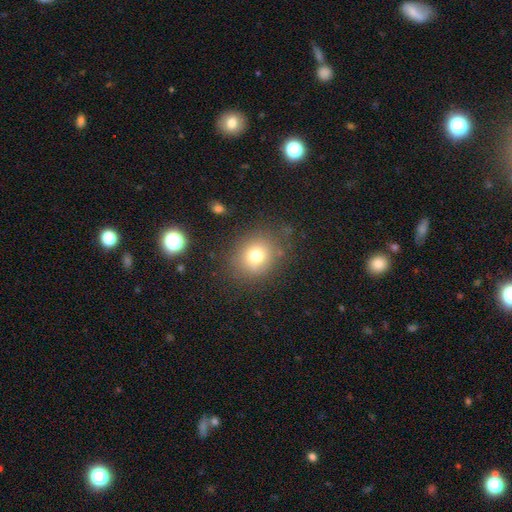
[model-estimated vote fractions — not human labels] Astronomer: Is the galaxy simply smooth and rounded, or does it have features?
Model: smooth — 73%.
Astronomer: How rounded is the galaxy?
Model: round — 75%.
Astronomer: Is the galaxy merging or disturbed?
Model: none — 77%.